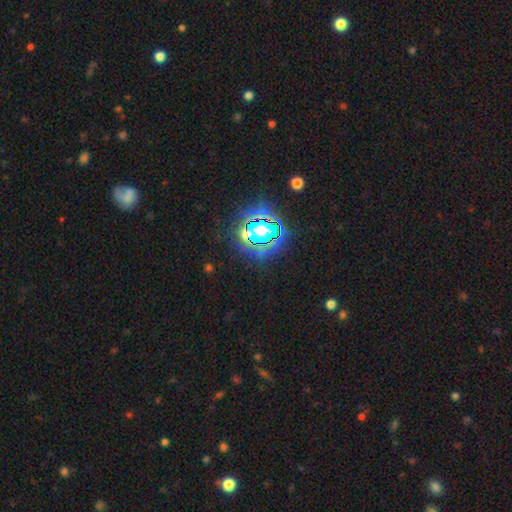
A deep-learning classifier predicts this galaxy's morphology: Q: Smooth or featured?
A: star or artifact (84%); runner-up: smooth (10%)